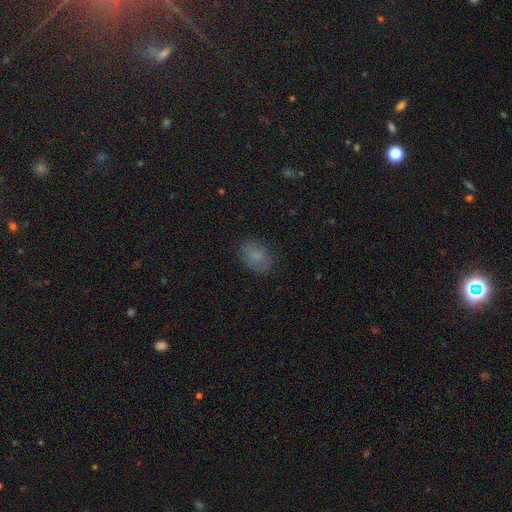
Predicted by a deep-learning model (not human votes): Smooth or featured? Predicted: smooth (p=0.79). How rounded? Predicted: in between (p=0.80). Merging? Predicted: none (p=0.79).